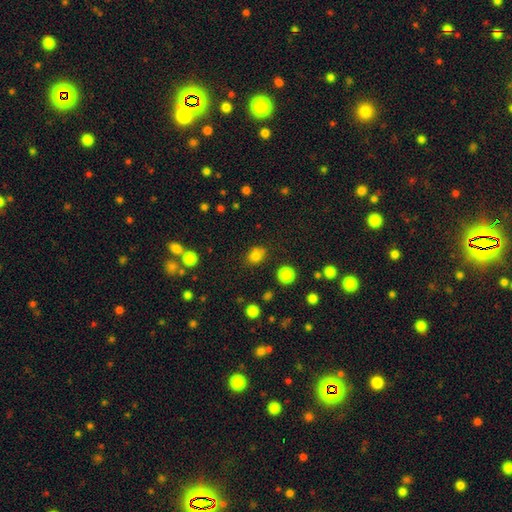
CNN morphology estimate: Smooth or featured? Predicted: smooth (p=0.79). How rounded? Predicted: round (p=0.55). Merging? Predicted: none (p=0.76).